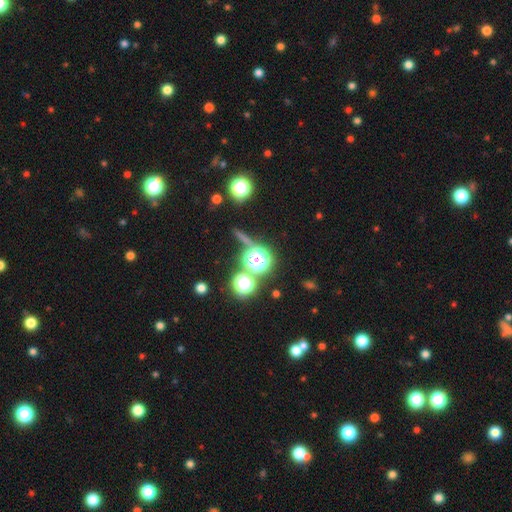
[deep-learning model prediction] smooth-or-featured: star or artifact: 70% | smooth: 22% | featured or disk: 8%